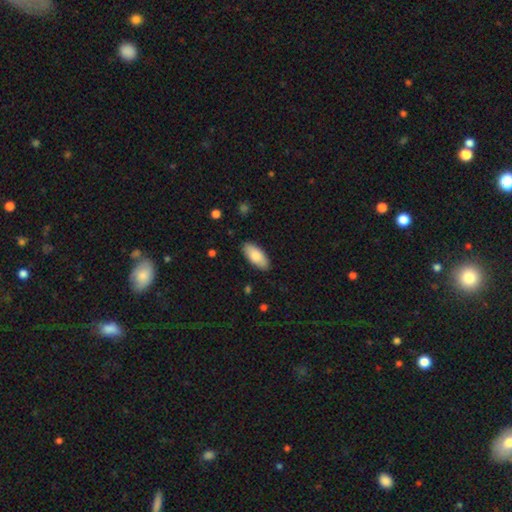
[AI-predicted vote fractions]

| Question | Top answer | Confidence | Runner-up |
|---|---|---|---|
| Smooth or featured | smooth | 82% | featured or disk (12%) |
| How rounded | in between | 89% | cigar-shaped (9%) |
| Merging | none | 88% | minor disturbance (9%) |